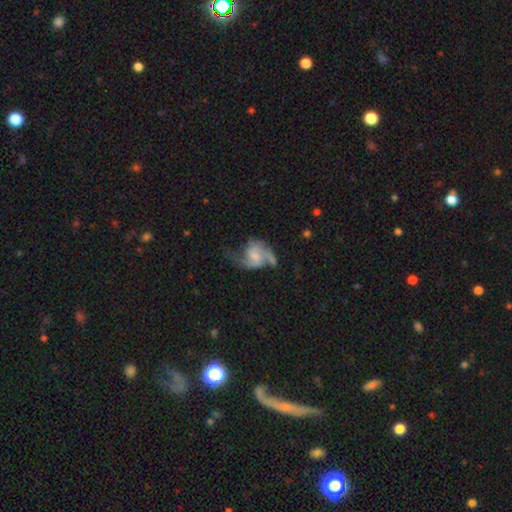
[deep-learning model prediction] Q: Smooth or featured?
A: featured or disk (73%); runner-up: smooth (20%)
Q: Edge-on disk?
A: no (98%); runner-up: yes (2%)
Q: Bar?
A: no (56%); runner-up: weak (37%)
Q: Spiral arms?
A: yes (88%); runner-up: no (12%)
Q: Spiral winding?
A: loose (48%); runner-up: medium (40%)
Q: Spiral arm count?
A: 2 (68%); runner-up: can't tell (10%)
Q: Bulge size?
A: small (41%); runner-up: moderate (28%)
Q: Merging?
A: major disturbance (36%); runner-up: none (34%)